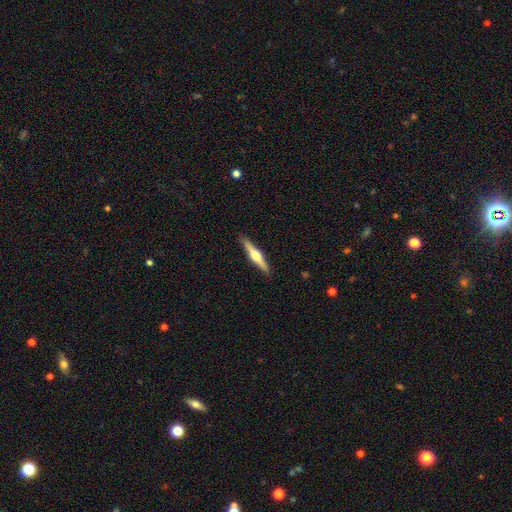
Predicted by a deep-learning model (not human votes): smooth-or-featured: featured or disk: 66% | smooth: 29% | star or artifact: 5%
  disk-edge-on: yes: 97% | no: 3%
    edge-on-bulge: rounded: 94% | boxy: 3% | none: 3%
  merging: none: 91% | minor disturbance: 7% | major disturbance: 1% | merger: 1%